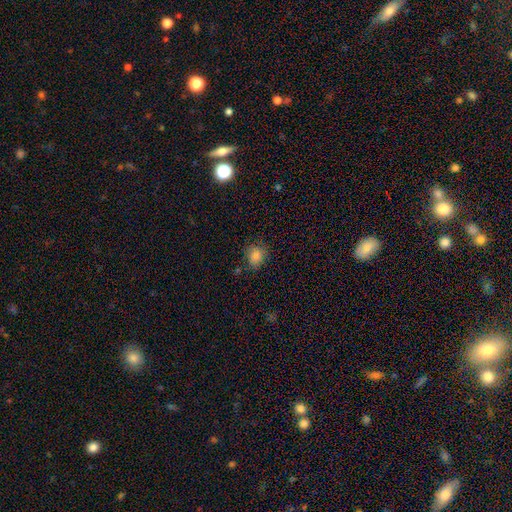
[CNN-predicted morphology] A smooth galaxy with no disk features (82%) that is round (61%). Merging: none (73%).